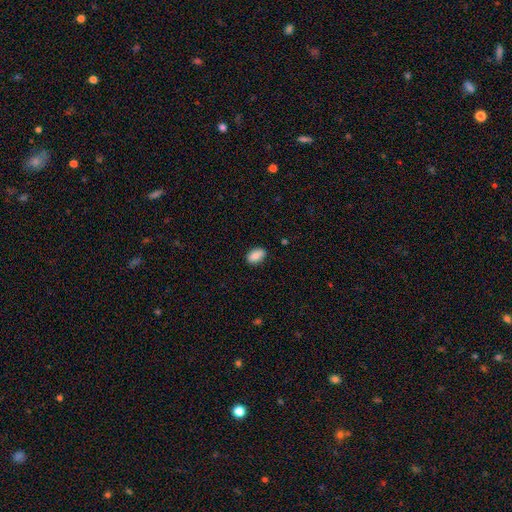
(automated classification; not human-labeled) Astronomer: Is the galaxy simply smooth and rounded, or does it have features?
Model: smooth — 86%.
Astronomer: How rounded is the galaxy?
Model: in between — 89%.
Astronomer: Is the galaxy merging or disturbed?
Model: none — 81%.